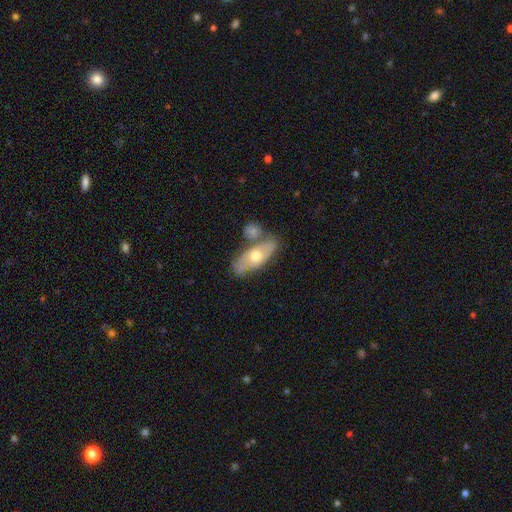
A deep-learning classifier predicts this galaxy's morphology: This appears to be a featured or disk galaxy (48%). Merging: none (59%).